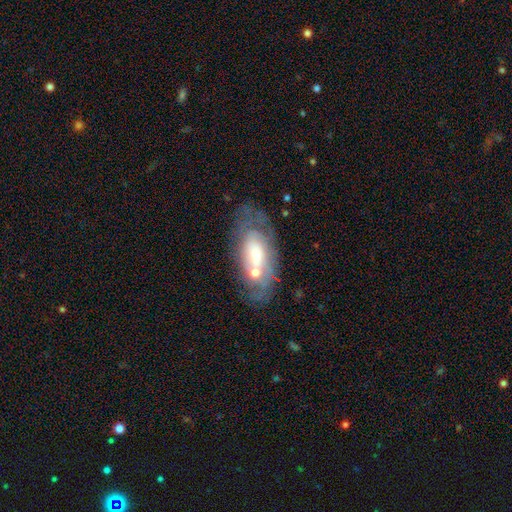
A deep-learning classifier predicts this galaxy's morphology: A featured or disk galaxy (50%). Merging: none (45%).